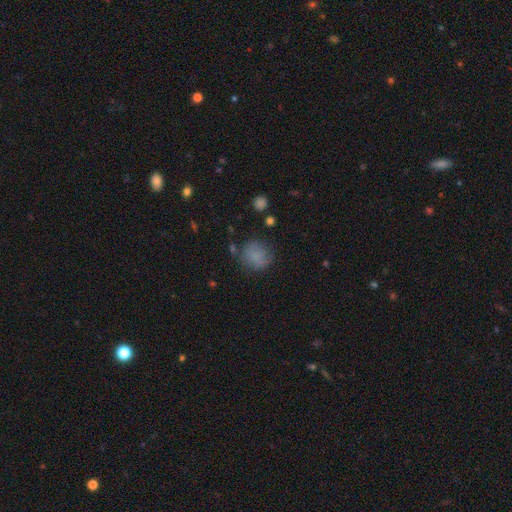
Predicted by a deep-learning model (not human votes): Smooth or featured?
  - smooth: 75% *
  - star or artifact: 13%
  - featured or disk: 12%
How rounded?
  - round: 78% *
  - in between: 21%
  - cigar-shaped: 1%
Merging?
  - none: 66% *
  - minor disturbance: 21%
  - major disturbance: 10%
  - merger: 4%